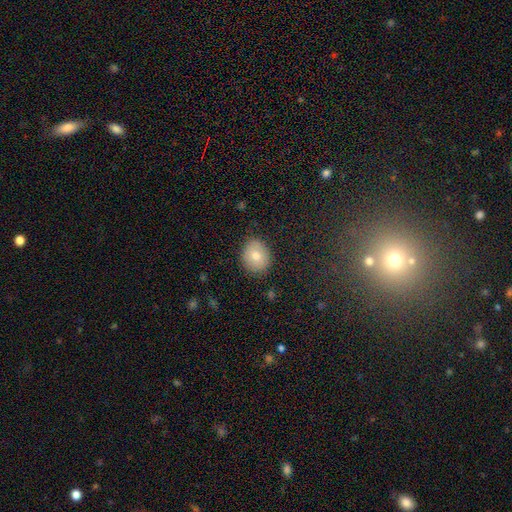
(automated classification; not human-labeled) smooth 74%, featured or disk 16%, star or artifact 10%. Down the decision tree: how rounded — round (63%); merging — none (86%).